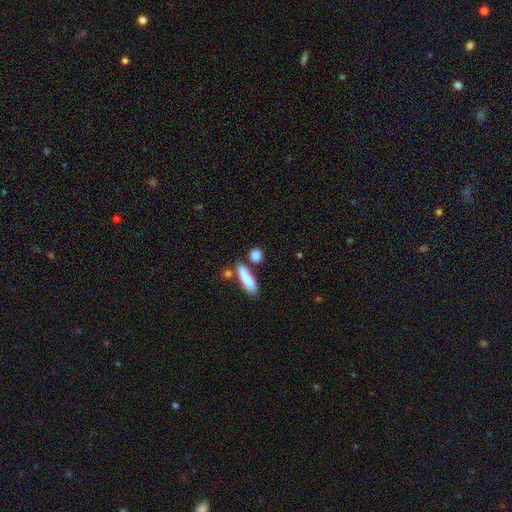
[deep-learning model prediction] smooth 84%, star or artifact 8%, featured or disk 7%. Down the decision tree: how rounded — round (44%); merging — none (66%).